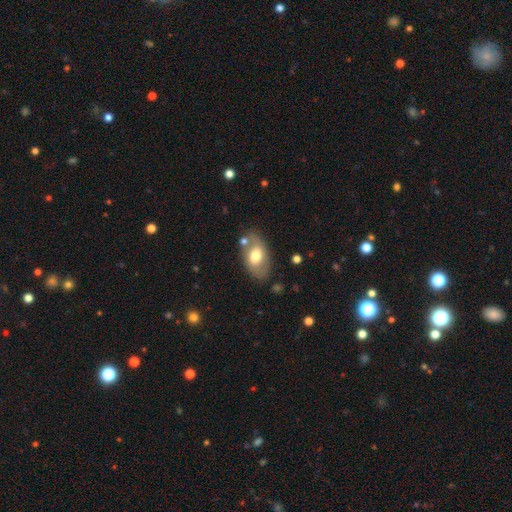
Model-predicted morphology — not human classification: Smooth or featured? smooth (59%)
How rounded? in between (90%)
Merging? none (71%)